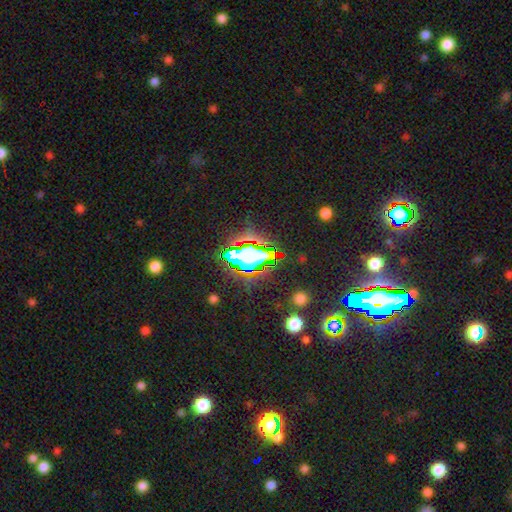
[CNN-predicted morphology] type=star or artifact (61%).